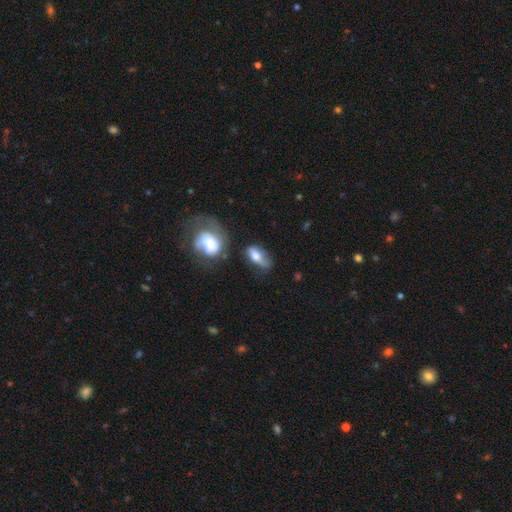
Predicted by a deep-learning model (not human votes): Q: Smooth or featured?
A: smooth (67%); runner-up: featured or disk (24%)
Q: How rounded?
A: in between (82%); runner-up: cigar-shaped (11%)
Q: Merging?
A: none (41%); runner-up: minor disturbance (28%)